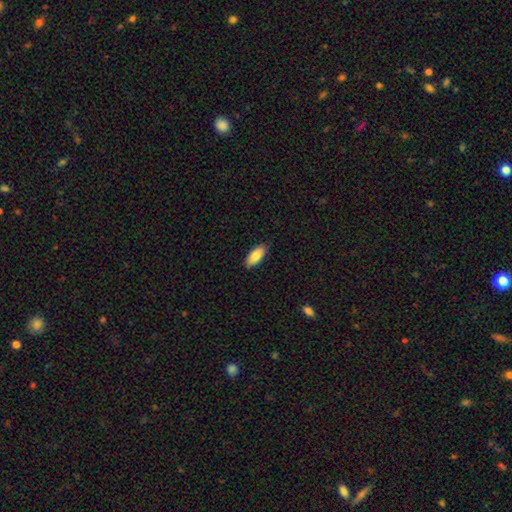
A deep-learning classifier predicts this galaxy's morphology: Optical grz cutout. It shows a smooth galaxy with no disk features (85%) that is in between round and cigar-shaped (85%). Merging: none (88%).